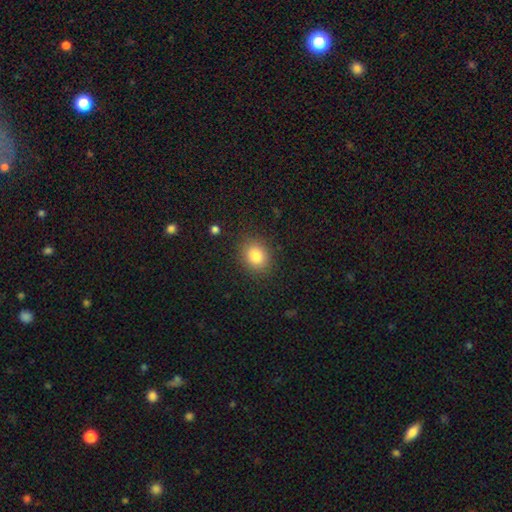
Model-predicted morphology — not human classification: Smooth or featured: smooth — 83% (star or artifact — 10%)
How rounded: round — 59% (in between — 40%)
Merging: none — 86% (minor disturbance — 9%)